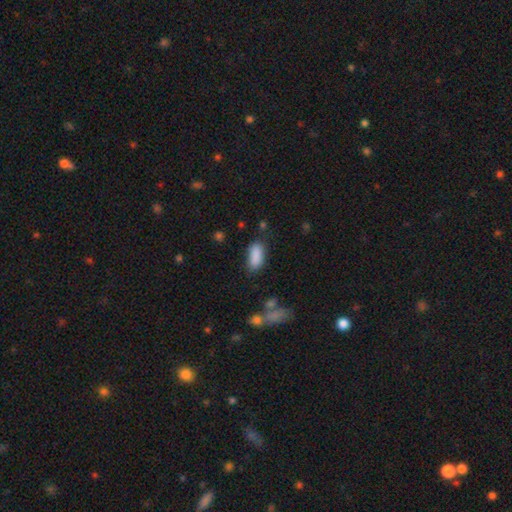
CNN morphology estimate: This appears to be a smooth galaxy with no disk features (88%) that is in between round and cigar-shaped (84%). Merging: none (76%).